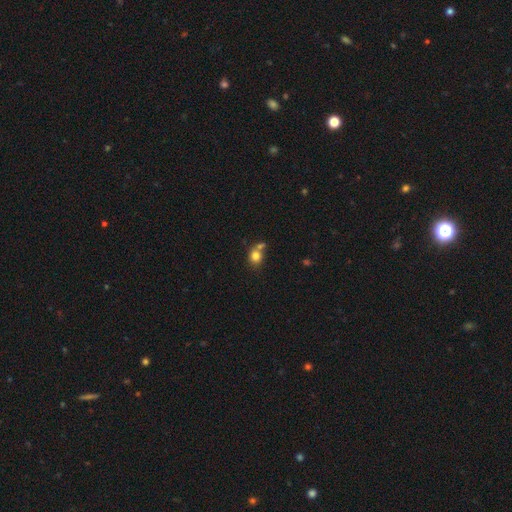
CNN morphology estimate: smooth_or_featured: smooth (p=0.80) [alt: star or artifact p=0.11]
how_rounded: round (p=0.71) [alt: in between p=0.28]
merging: none (p=0.48) [alt: merger p=0.35]